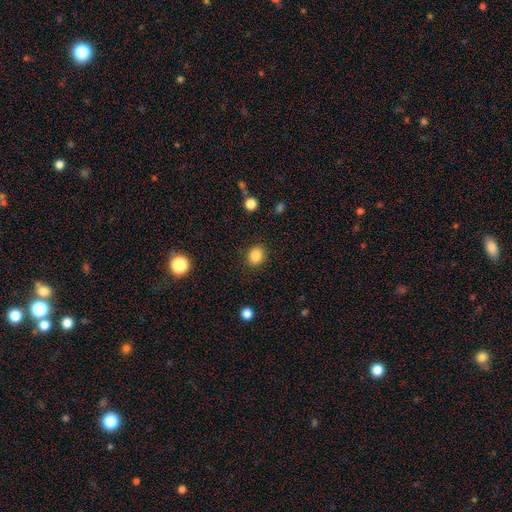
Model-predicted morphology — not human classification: Smooth or featured?
  - smooth: 86% *
  - star or artifact: 10%
  - featured or disk: 4%
How rounded?
  - round: 57% *
  - in between: 42%
  - cigar-shaped: 1%
Merging?
  - none: 87% *
  - minor disturbance: 8%
  - major disturbance: 3%
  - merger: 1%